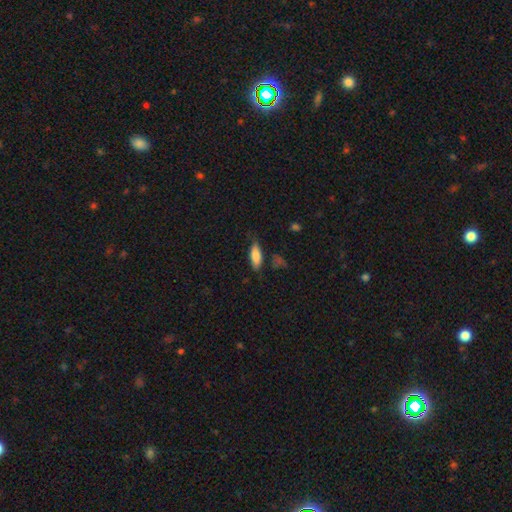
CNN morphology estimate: Smooth or featured: smooth — 81% (featured or disk — 12%)
How rounded: in between — 70% (cigar-shaped — 28%)
Merging: none — 70% (minor disturbance — 22%)